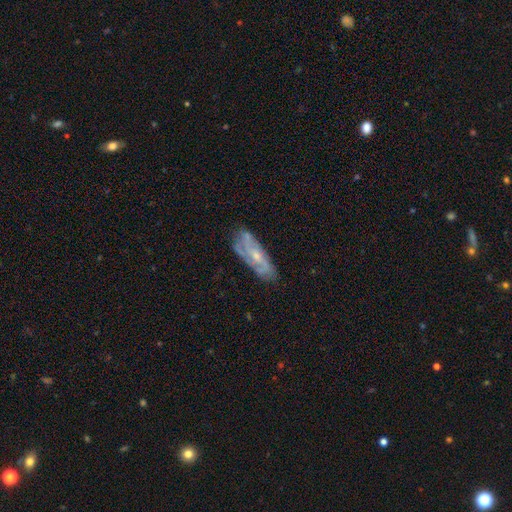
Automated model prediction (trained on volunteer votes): featured or disk 70%, smooth 23%, star or artifact 7%. Down the decision tree: edge-on disk — no (83%); bar — no (63%); spiral arms — yes (81%); bulge size — small (56%); merging — none (68%).